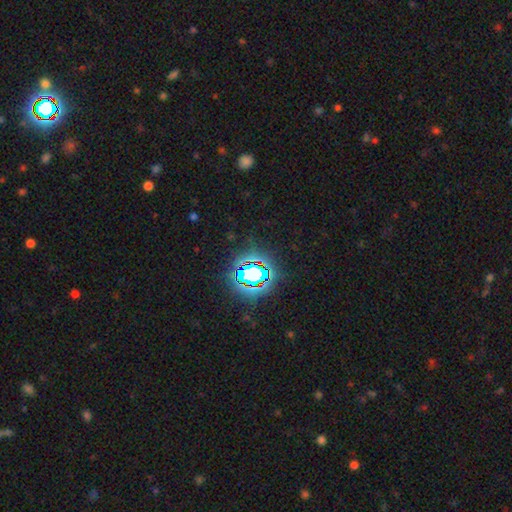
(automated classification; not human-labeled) Smooth or featured?
  - star or artifact: 81% *
  - smooth: 12%
  - featured or disk: 7%